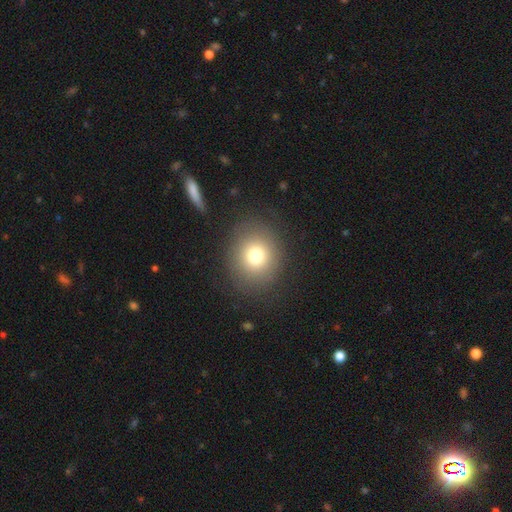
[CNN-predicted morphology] A smooth galaxy with no disk features (76%) that is round (77%). Merging: none (85%).